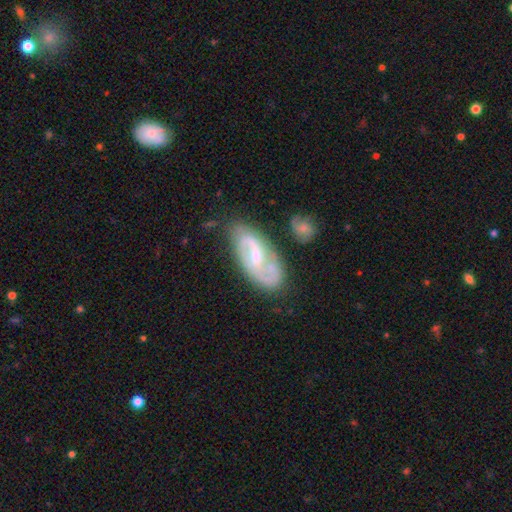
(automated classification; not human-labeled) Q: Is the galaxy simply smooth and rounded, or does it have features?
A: featured or disk — 80%.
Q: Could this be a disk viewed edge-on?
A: no — 94%.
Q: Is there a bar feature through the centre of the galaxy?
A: weak — 49%.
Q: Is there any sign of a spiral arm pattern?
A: yes — 91%.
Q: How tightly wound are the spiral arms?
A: medium — 47%.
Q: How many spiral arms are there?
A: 2 — 81%.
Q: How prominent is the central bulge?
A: small — 53%.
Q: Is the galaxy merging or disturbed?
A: none — 71%.